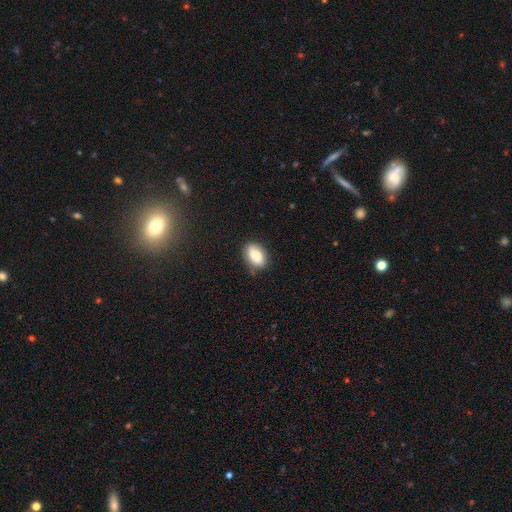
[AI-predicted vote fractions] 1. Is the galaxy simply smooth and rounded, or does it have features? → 82% smooth, 11% featured or disk, 8% star or artifact.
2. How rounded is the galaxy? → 87% in between, 11% round, 2% cigar-shaped.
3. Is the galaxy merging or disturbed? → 71% none, 22% minor disturbance, 4% major disturbance, 3% merger.